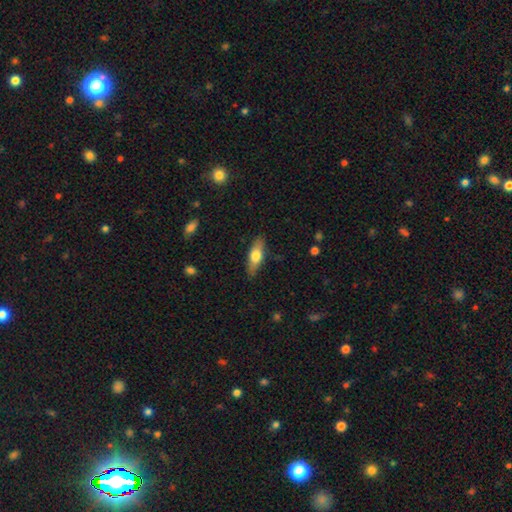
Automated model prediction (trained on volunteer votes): Overall: smooth (62%; featured or disk 32%). How rounded: in between (54%; cigar-shaped 43%). Merging: none (86%).